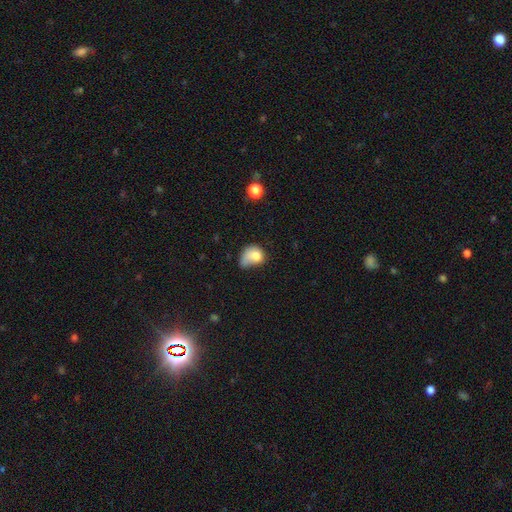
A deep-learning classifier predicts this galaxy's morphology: This is likely a smooth galaxy (74%). How rounded: possibly in between (52%). Merging: marginally major disturbance (30%).